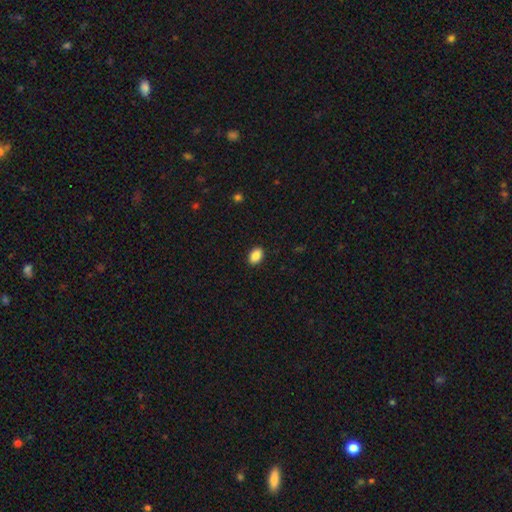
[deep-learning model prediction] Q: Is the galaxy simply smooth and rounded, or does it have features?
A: smooth — 89%.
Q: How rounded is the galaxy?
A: in between — 84%.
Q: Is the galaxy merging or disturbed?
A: none — 90%.